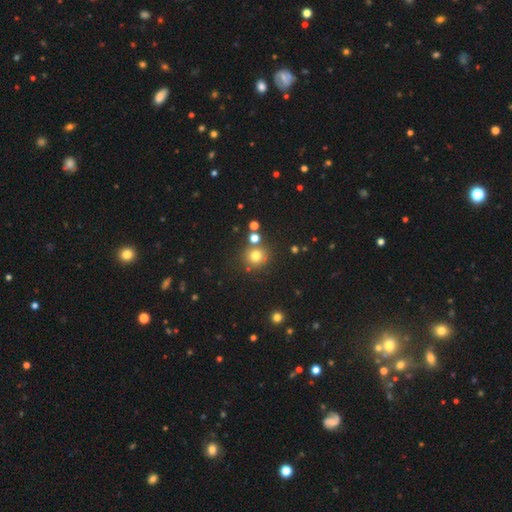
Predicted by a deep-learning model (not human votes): smooth 75%, star or artifact 17%, featured or disk 9%. Down the decision tree: how rounded — round (91%); merging — none (77%).